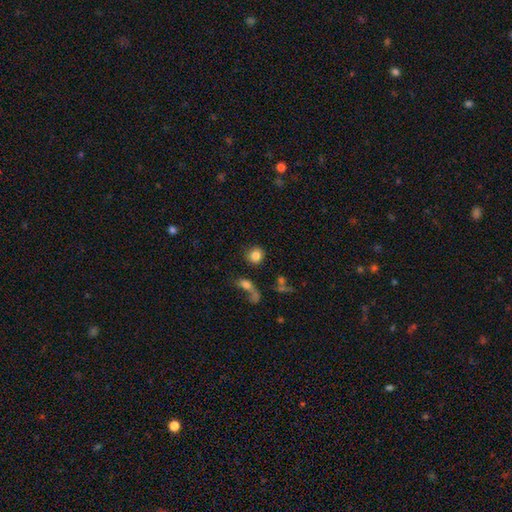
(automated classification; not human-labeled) The model was most divided on "merging": none: 77%, merger: 9%, minor disturbance: 8%, major disturbance: 6%. More confident: how rounded — round (86%); smooth or featured — smooth (83%).